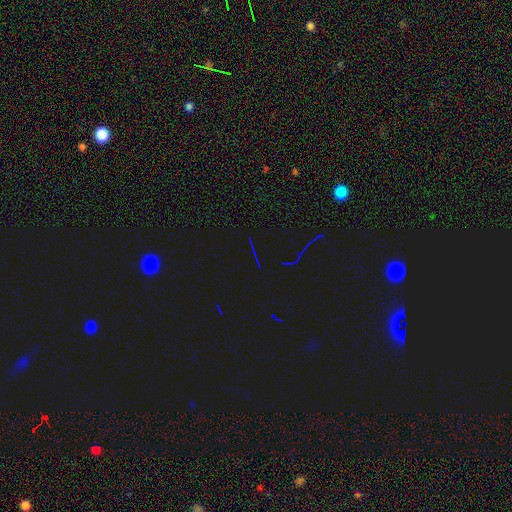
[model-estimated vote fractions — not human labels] This is clearly a star or artifact rather than a galaxy (81%).